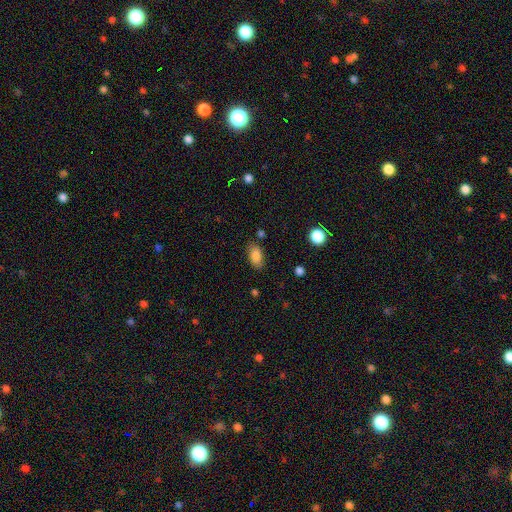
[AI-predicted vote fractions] Smooth or featured? Predicted: smooth (p=0.84). How rounded? Predicted: in between (p=0.91). Merging? Predicted: none (p=0.80).